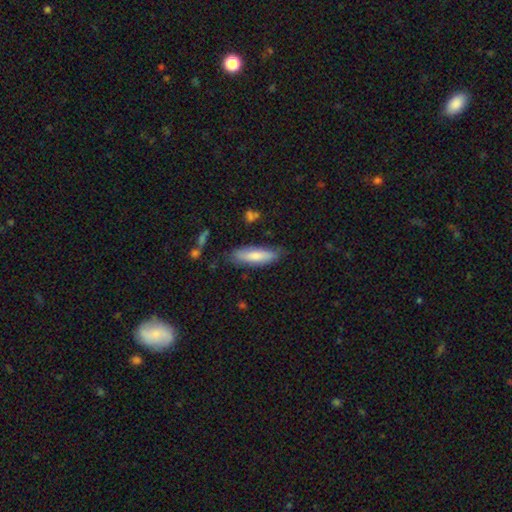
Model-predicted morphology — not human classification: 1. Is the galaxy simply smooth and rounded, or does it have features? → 77% smooth, 18% featured or disk, 6% star or artifact.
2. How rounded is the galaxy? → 60% cigar-shaped, 38% in between, 2% round.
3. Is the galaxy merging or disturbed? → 76% none, 18% minor disturbance, 4% major disturbance, 2% merger.